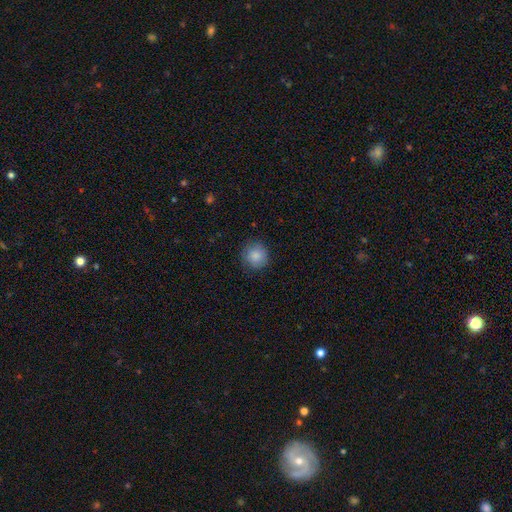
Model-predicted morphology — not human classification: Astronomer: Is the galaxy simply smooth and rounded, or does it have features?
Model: smooth — 87%.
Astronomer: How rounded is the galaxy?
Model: round — 91%.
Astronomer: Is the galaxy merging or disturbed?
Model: none — 85%.